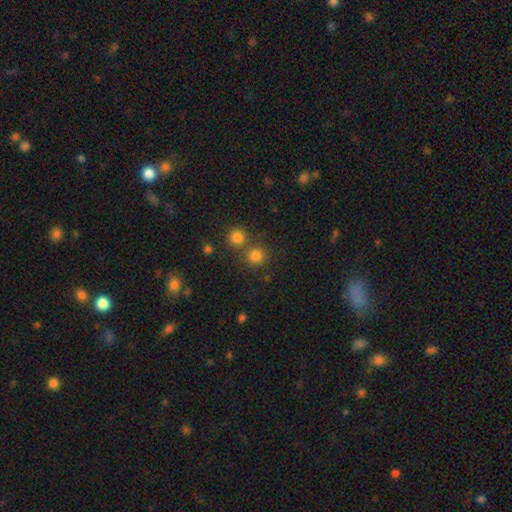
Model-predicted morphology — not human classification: Smooth or featured: smooth — 79% (star or artifact — 15%)
How rounded: round — 89% (in between — 10%)
Merging: none — 66% (merger — 24%)